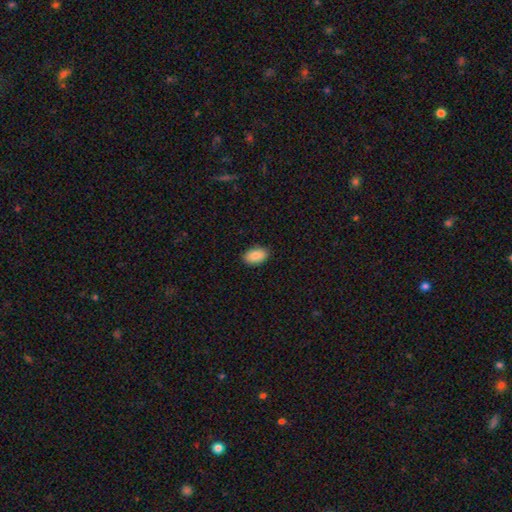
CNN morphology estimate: smooth_or_featured: smooth (p=0.87) [alt: star or artifact p=0.07]
how_rounded: in between (p=0.93) [alt: round p=0.06]
merging: none (p=0.89) [alt: minor disturbance p=0.08]